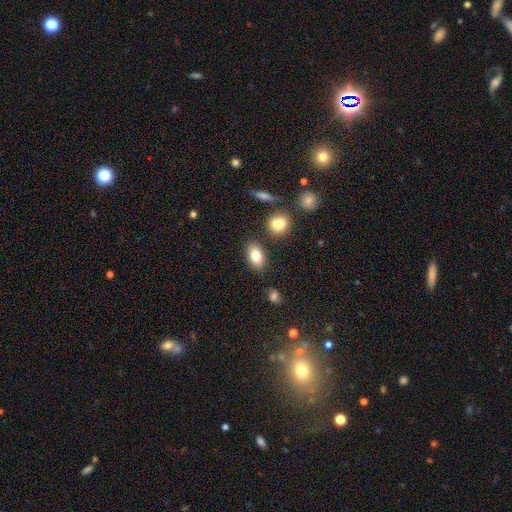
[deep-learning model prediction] Overall: smooth (81%). How rounded: in between (89%). Merging: none (83%).